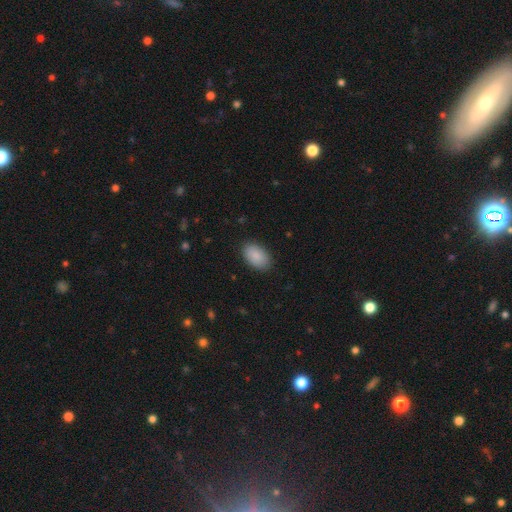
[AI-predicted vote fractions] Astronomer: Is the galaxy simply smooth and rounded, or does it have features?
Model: smooth — 90%.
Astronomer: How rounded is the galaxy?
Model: in between — 93%.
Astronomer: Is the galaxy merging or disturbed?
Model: none — 87%.